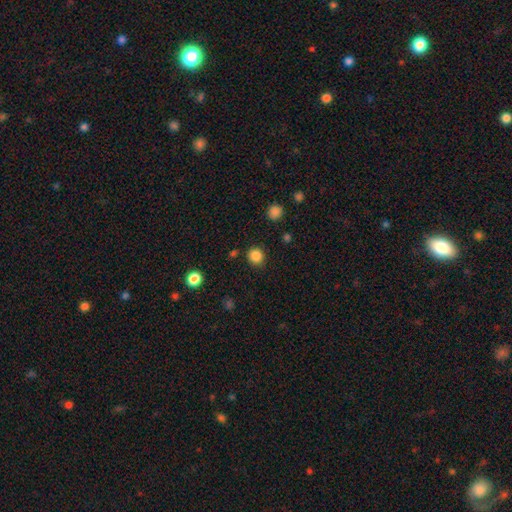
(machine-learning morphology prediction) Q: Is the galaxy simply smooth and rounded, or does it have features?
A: smooth — 85%.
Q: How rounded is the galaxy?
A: round — 90%.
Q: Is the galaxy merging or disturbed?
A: none — 88%.